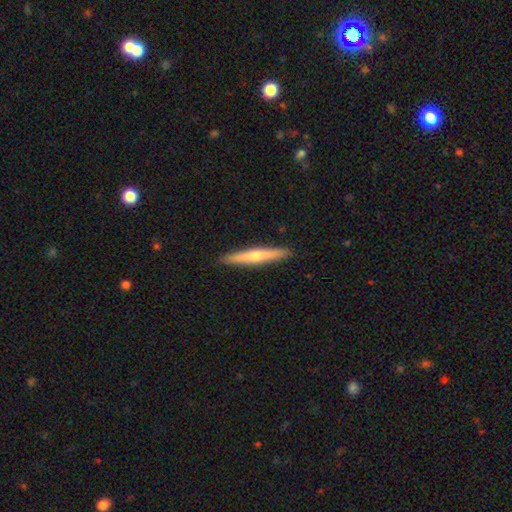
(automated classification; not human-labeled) The model was most divided on "smooth or featured": smooth: 51%, featured or disk: 44%, star or artifact: 5%. More confident: how rounded — cigar-shaped (95%); merging — none (92%).